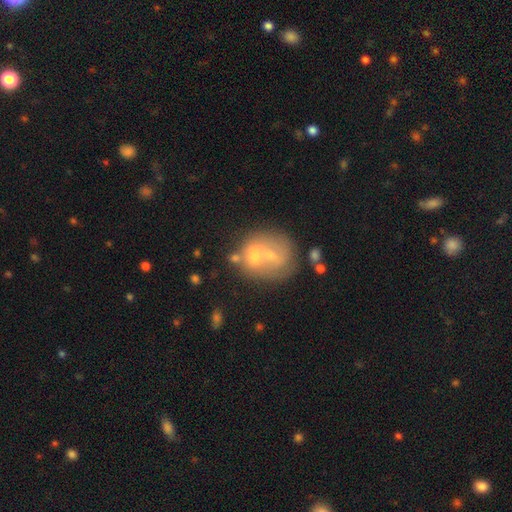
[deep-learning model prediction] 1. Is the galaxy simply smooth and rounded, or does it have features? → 48% smooth, 42% featured or disk, 11% star or artifact.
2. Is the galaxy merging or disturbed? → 56% merger, 27% none, 10% minor disturbance, 7% major disturbance.